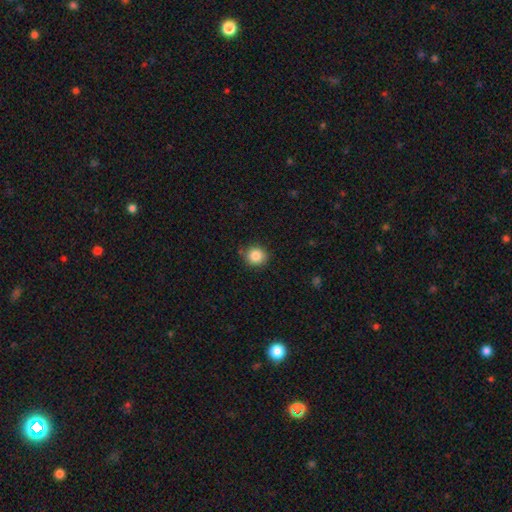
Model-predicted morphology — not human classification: Overall: smooth (85%). How rounded: round (89%). Merging: none (88%).